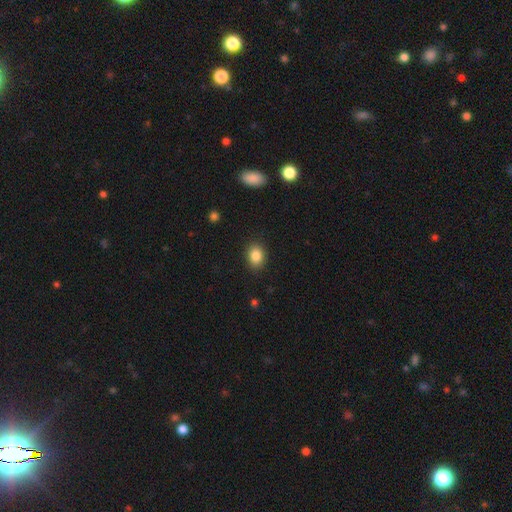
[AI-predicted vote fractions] Smooth or featured: smooth — 85% (star or artifact — 9%)
How rounded: in between — 62% (round — 37%)
Merging: none — 87% (minor disturbance — 9%)